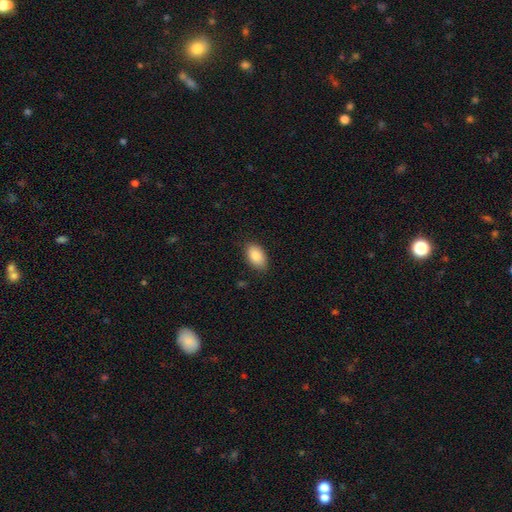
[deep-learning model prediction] smooth 88%, star or artifact 7%, featured or disk 5%. Down the decision tree: how rounded — in between (92%); merging — none (84%).